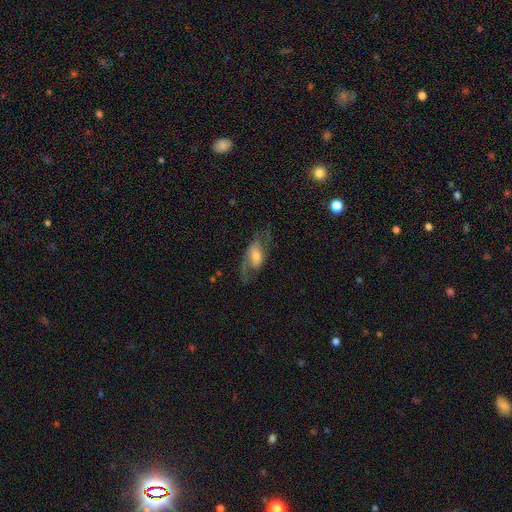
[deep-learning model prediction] This appears to be a featured or disk galaxy (70%) with a weak bar (43%), 2 (82%) medium (49%) spiral arms (84%) and a moderate central bulge (50%). Merging: none (65%).